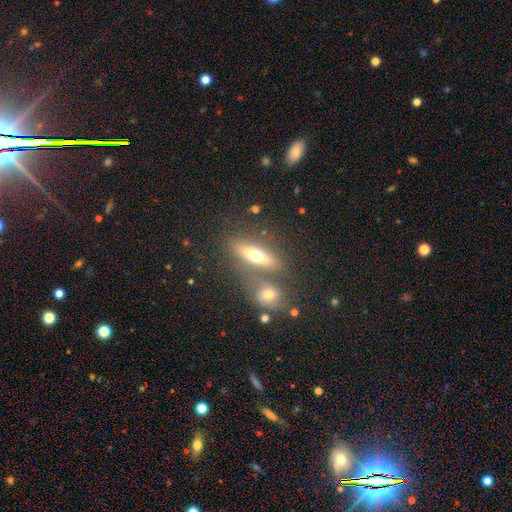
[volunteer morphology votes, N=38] Smooth or featured: smooth — 61% (featured or disk — 39%)
How rounded: cigar-shaped — 52% (in between — 43%)
Merging: none — 53% (merger — 29%)